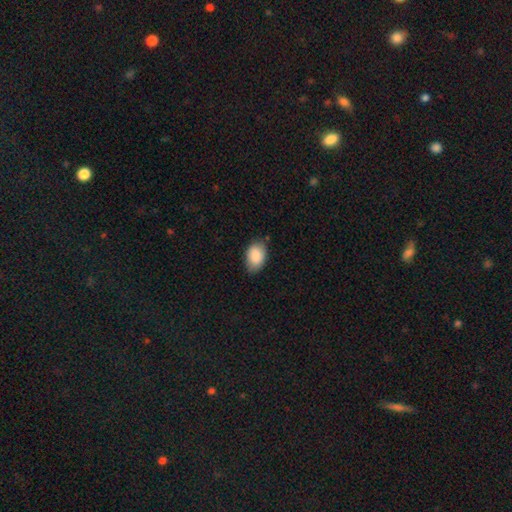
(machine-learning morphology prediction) Smooth or featured?
  - smooth: 88% *
  - star or artifact: 6%
  - featured or disk: 6%
How rounded?
  - in between: 89% *
  - round: 10%
  - cigar-shaped: 1%
Merging?
  - none: 76% *
  - minor disturbance: 19%
  - major disturbance: 3%
  - merger: 1%